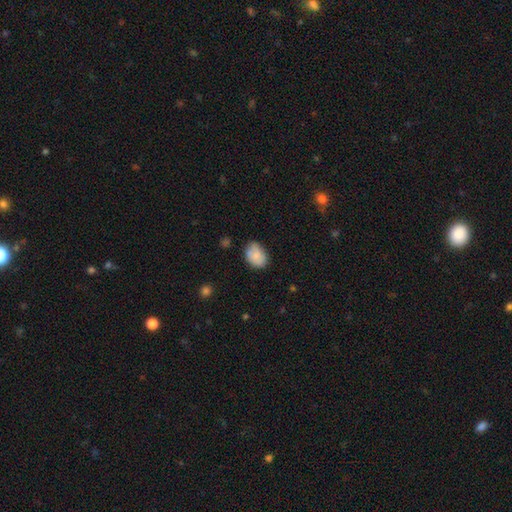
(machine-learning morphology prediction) This appears to be a smooth galaxy with no disk features (83%) that is in between round and cigar-shaped (75%). Merging: none (65%).